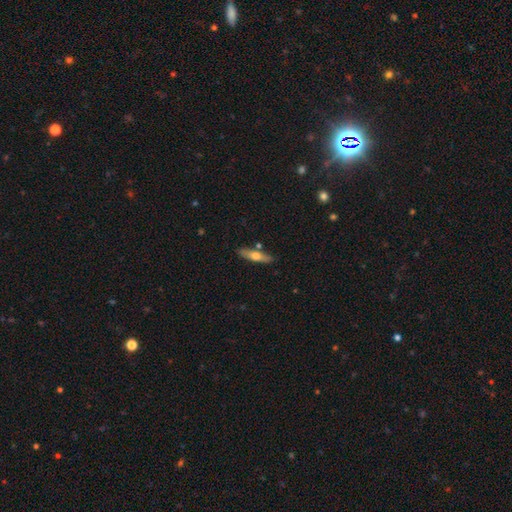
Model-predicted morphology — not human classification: type=smooth (51%); roundness=cigar-shaped (75%); merging=none (81%).